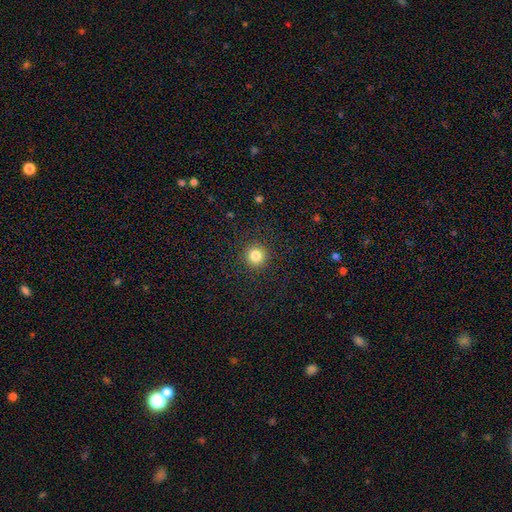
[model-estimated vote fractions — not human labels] smooth 83%, star or artifact 12%, featured or disk 5%. Down the decision tree: how rounded — round (95%); merging — none (91%).